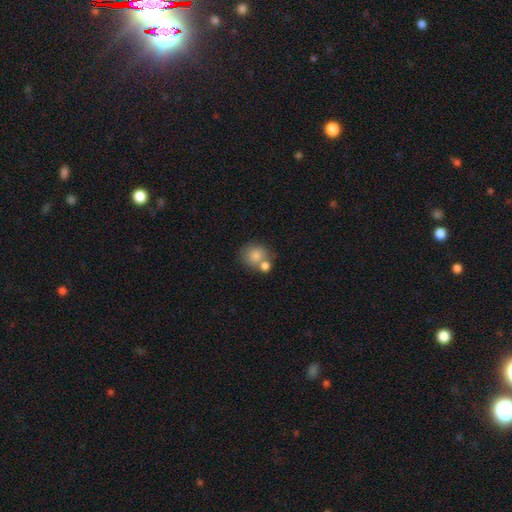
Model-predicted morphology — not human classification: Smooth or featured?
  - smooth: 81% *
  - featured or disk: 10%
  - star or artifact: 8%
How rounded?
  - round: 78% *
  - in between: 21%
  - cigar-shaped: 1%
Merging?
  - none: 46% *
  - merger: 37%
  - minor disturbance: 11%
  - major disturbance: 5%